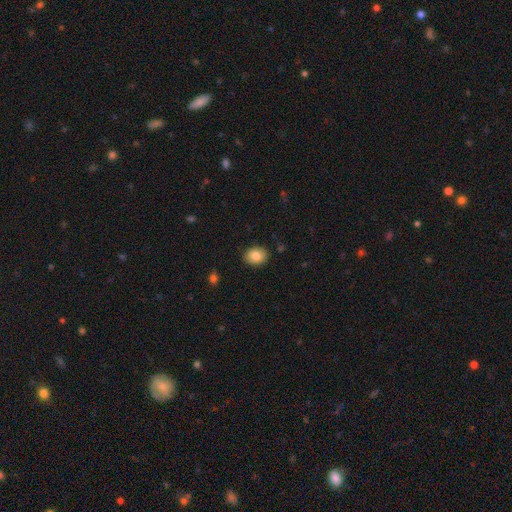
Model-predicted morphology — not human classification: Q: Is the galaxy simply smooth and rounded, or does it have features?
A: smooth — 85%.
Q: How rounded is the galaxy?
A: in between — 62%.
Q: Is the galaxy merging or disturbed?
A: none — 88%.